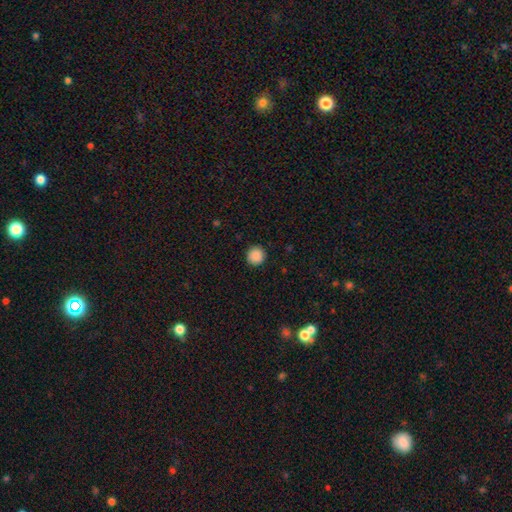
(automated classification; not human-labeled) Smooth or featured? smooth (89%)
How rounded? round (95%)
Merging? none (92%)